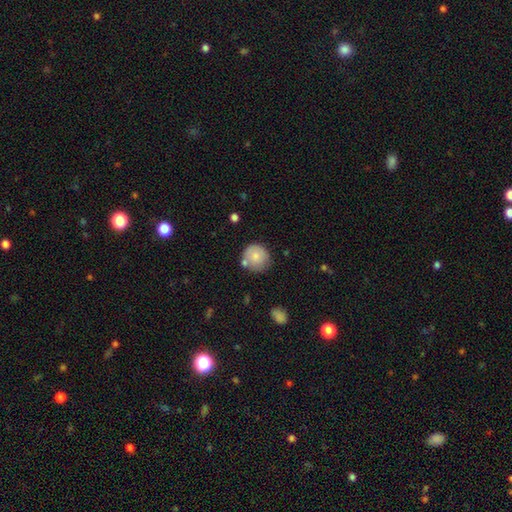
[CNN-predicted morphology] smooth-or-featured: smooth: 77% | featured or disk: 15% | star or artifact: 8%
  how-rounded: round: 91% | in between: 8% | cigar-shaped: 1%
  merging: none: 67% | minor disturbance: 18% | merger: 11% | major disturbance: 4%